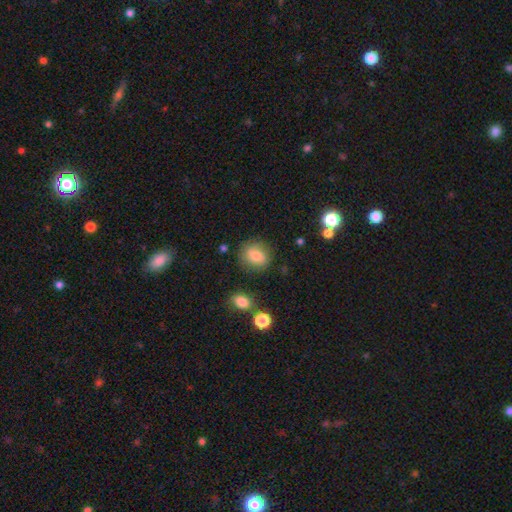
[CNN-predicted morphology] smooth 81%, featured or disk 9%, star or artifact 9%. Down the decision tree: how rounded — round (60%); merging — none (80%).